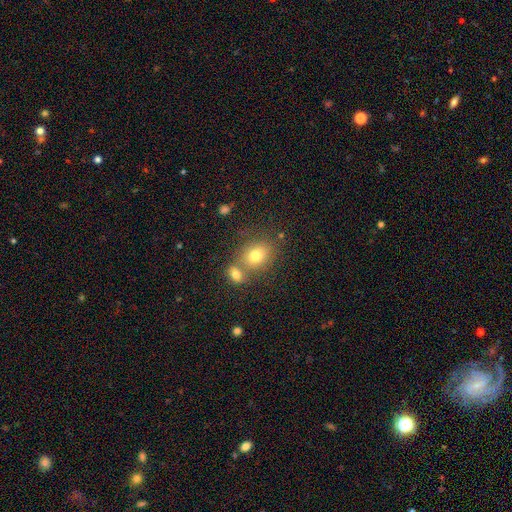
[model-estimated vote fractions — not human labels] A smooth galaxy with no disk features (77%) that is round (50%).

Vote fractions:
- Smooth or featured? smooth: 77% / featured or disk: 12% / star or artifact: 12%
- How rounded? round: 50% / in between: 48% / cigar-shaped: 1%
- Merging? none: 54% / merger: 32% / minor disturbance: 10% / major disturbance: 4%